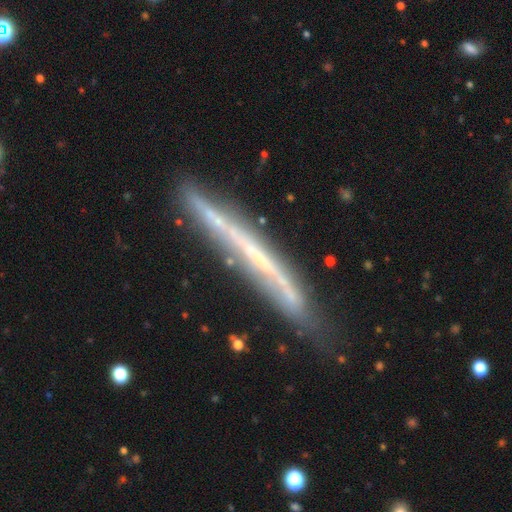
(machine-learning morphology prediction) This is likely a featured or disk galaxy (69%). It is clearly viewed edge-on (90%). Edge-on bulge: clearly none (88%). Merging: likely none (72%).